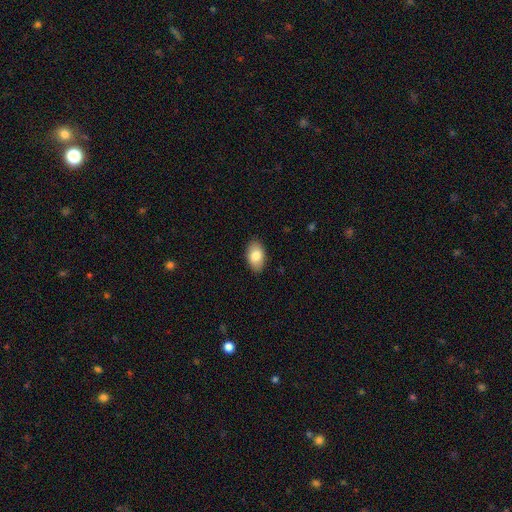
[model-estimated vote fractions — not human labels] Smooth or featured? smooth (83%)
How rounded? in between (92%)
Merging? none (88%)